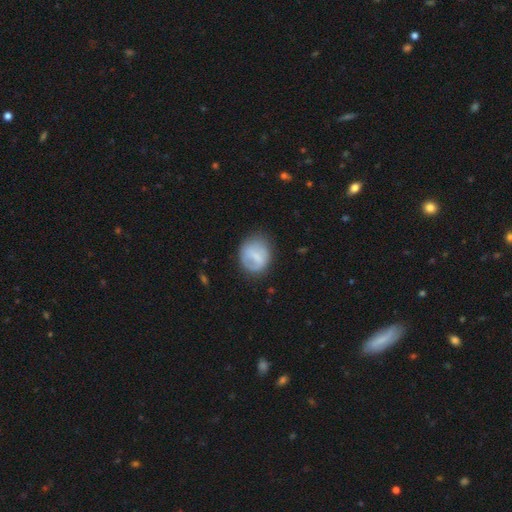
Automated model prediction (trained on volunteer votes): This is likely a smooth galaxy (60%). How rounded: likely round (66%). Merging: likely none (63%).